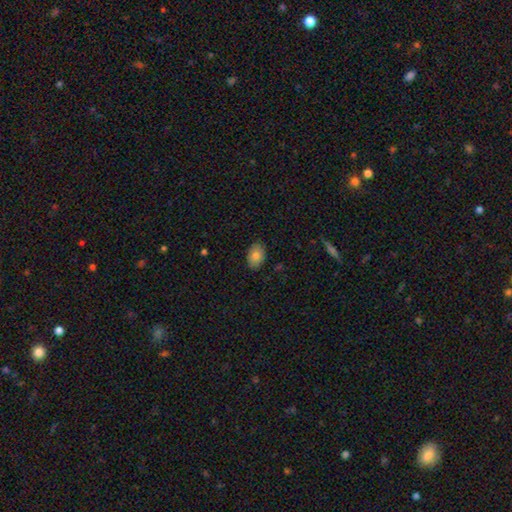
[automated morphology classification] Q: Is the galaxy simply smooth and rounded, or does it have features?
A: smooth — 81%.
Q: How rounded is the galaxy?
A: in between — 86%.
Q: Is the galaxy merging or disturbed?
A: none — 86%.